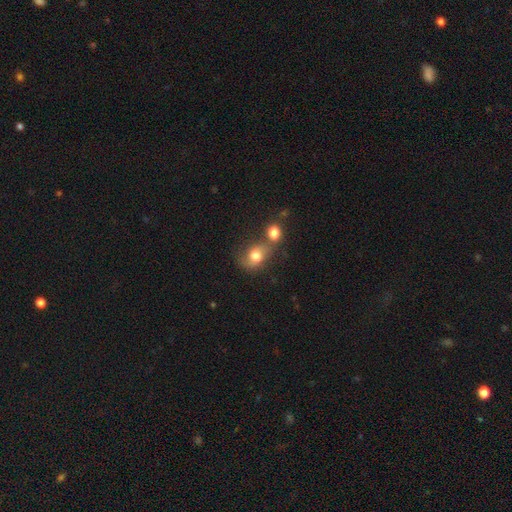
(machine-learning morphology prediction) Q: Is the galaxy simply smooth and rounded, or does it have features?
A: smooth — 69%.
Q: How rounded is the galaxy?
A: in between — 53%.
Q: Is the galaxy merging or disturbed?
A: none — 37%.